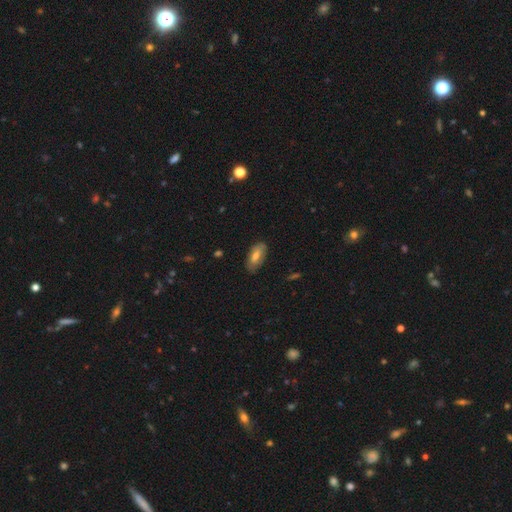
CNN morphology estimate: Q: Smooth or featured?
A: smooth (63%); runner-up: featured or disk (30%)
Q: How rounded?
A: in between (87%); runner-up: cigar-shaped (10%)
Q: Merging?
A: none (80%); runner-up: minor disturbance (16%)